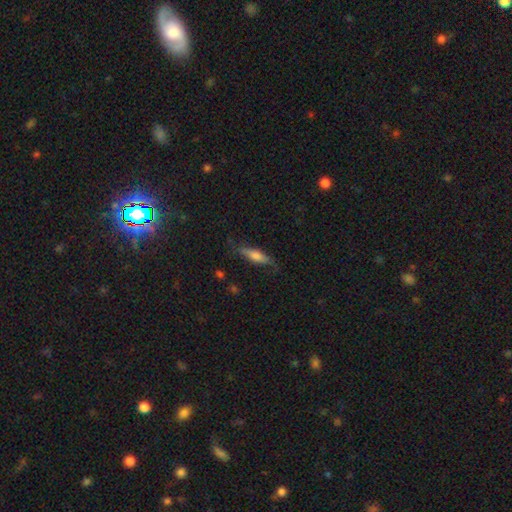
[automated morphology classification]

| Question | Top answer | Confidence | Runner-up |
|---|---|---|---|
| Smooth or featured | smooth | 63% | featured or disk (31%) |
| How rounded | cigar-shaped | 64% | in between (33%) |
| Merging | none | 71% | minor disturbance (21%) |